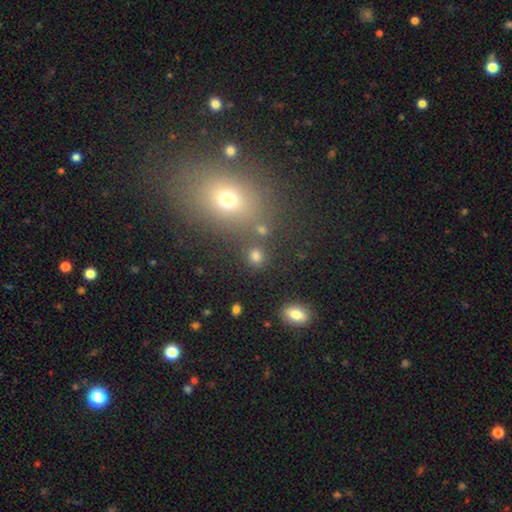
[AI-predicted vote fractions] smooth 65%, star or artifact 25%, featured or disk 11%. Down the decision tree: how rounded — round (64%); merging — none (76%).